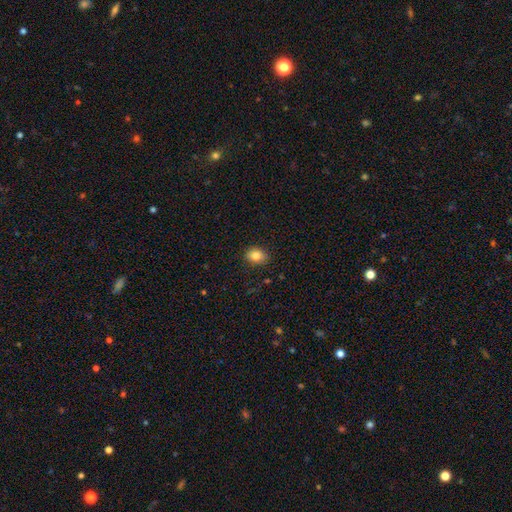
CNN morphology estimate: The model was most divided on "how rounded": in between: 64%, round: 35%, cigar-shaped: 1%. More confident: merging — none (86%); smooth or featured — smooth (84%).